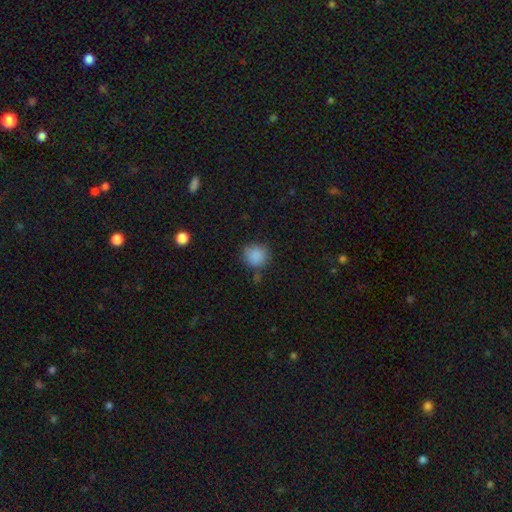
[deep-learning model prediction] smooth_or_featured: smooth (p=0.87) [alt: star or artifact p=0.09]
how_rounded: round (p=0.85) [alt: in between p=0.14]
merging: none (p=0.74) [alt: minor disturbance p=0.16]